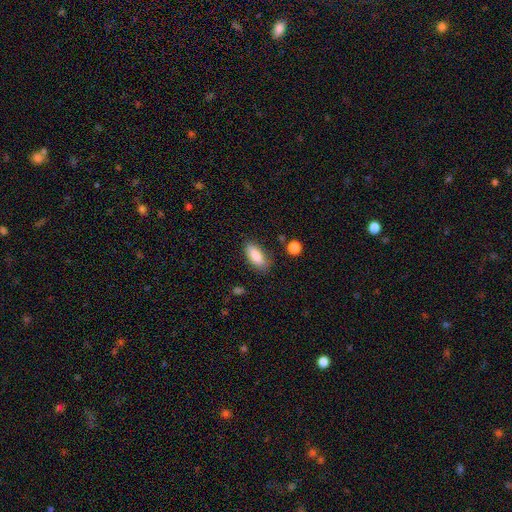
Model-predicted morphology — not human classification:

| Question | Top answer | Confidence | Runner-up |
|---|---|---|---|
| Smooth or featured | smooth | 87% | star or artifact (7%) |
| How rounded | in between | 81% | cigar-shaped (16%) |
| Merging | none | 81% | minor disturbance (14%) |